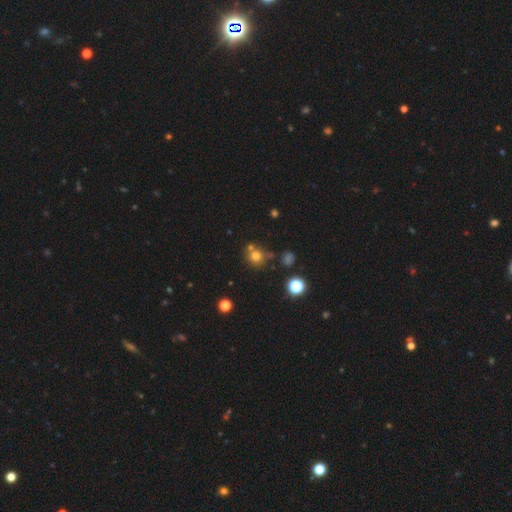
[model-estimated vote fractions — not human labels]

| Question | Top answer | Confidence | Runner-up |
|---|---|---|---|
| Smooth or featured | smooth | 71% | star or artifact (20%) |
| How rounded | round | 88% | in between (11%) |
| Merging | none | 65% | merger (21%) |